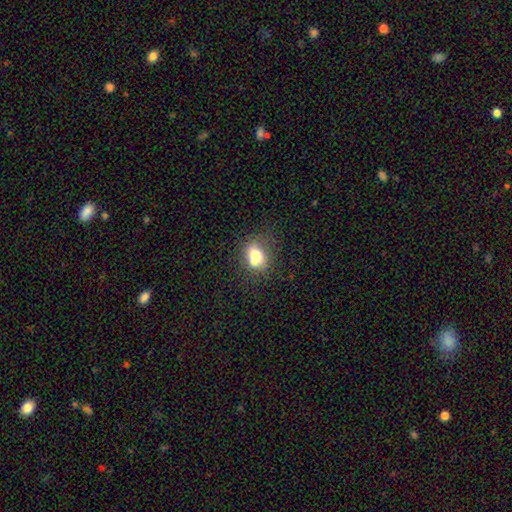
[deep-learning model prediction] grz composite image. It shows a smooth galaxy with no disk features (70%) that is in between round and cigar-shaped (53%). Merging: none (46%).